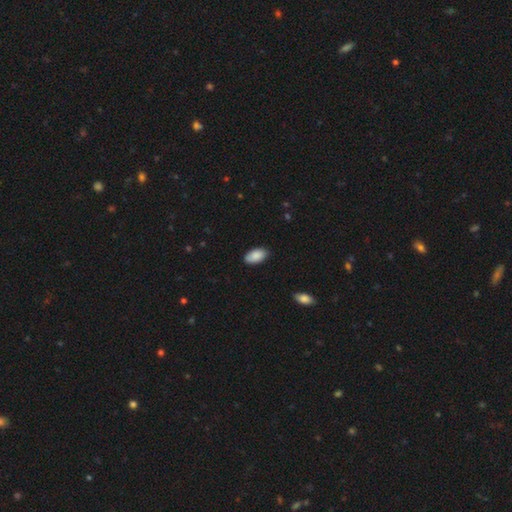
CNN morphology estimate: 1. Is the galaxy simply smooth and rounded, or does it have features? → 88% smooth, 6% star or artifact, 5% featured or disk.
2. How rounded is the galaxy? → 95% in between, 3% round, 2% cigar-shaped.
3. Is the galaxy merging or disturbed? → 86% none, 11% minor disturbance, 2% major disturbance, 1% merger.